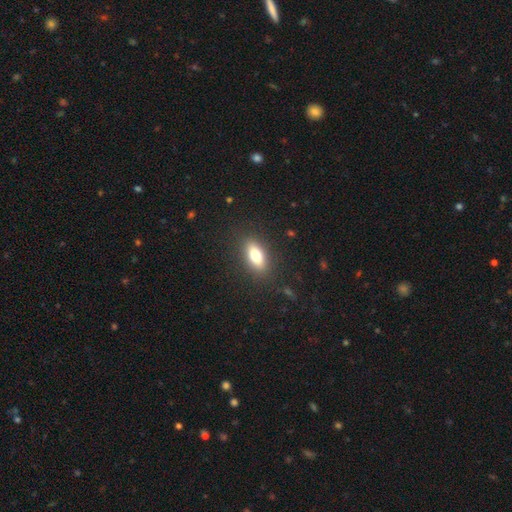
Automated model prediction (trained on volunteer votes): A smooth galaxy with no disk features (75%) that is in between round and cigar-shaped (78%). Merging: none (86%).